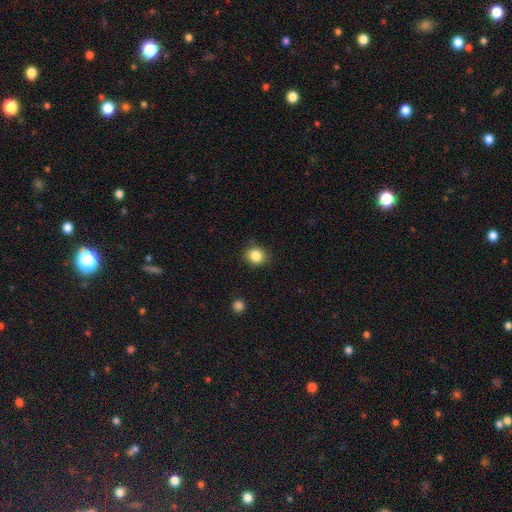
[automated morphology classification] This is clearly a smooth galaxy (85%). How rounded: likely round (77%). Merging: clearly none (86%).